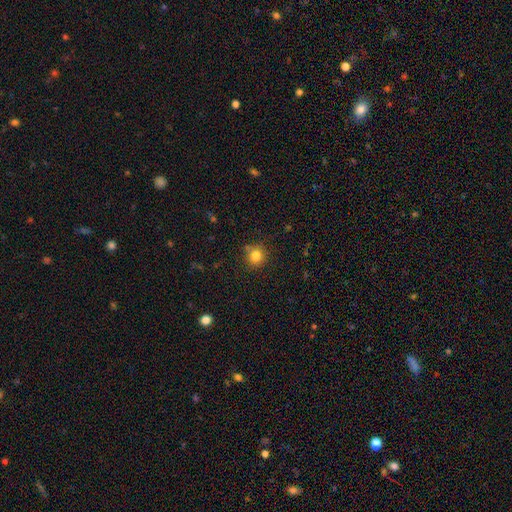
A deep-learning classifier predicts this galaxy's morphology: Smooth or featured: smooth — 82% (star or artifact — 12%)
How rounded: round — 90% (in between — 10%)
Merging: none — 82% (minor disturbance — 11%)